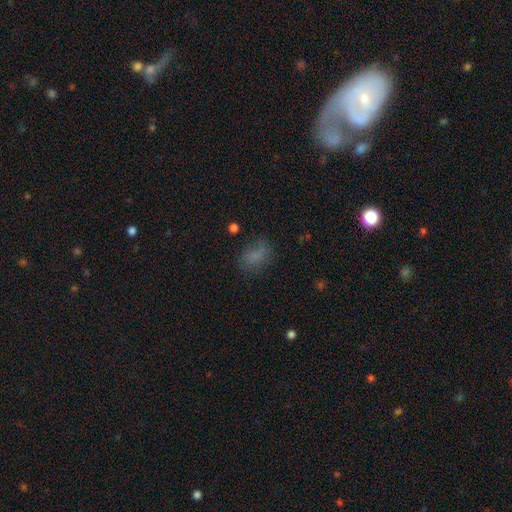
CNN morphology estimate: Smooth or featured?
  - smooth: 71% *
  - star or artifact: 16%
  - featured or disk: 13%
How rounded?
  - in between: 75% *
  - round: 24%
  - cigar-shaped: 2%
Merging?
  - none: 63% *
  - minor disturbance: 22%
  - major disturbance: 12%
  - merger: 3%